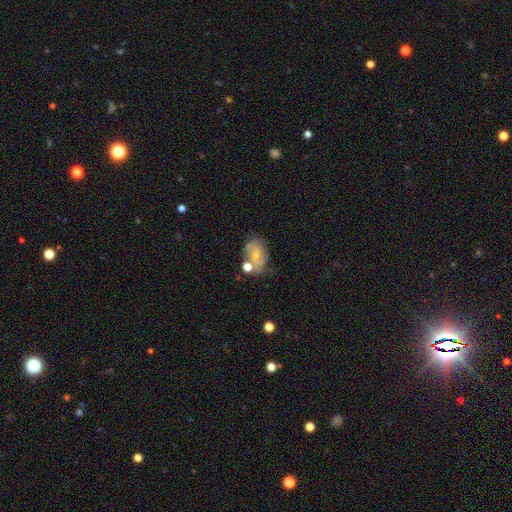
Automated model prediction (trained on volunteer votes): Overall: smooth (46%; featured or disk 44%). Merging: none (44%; minor disturbance 26%).